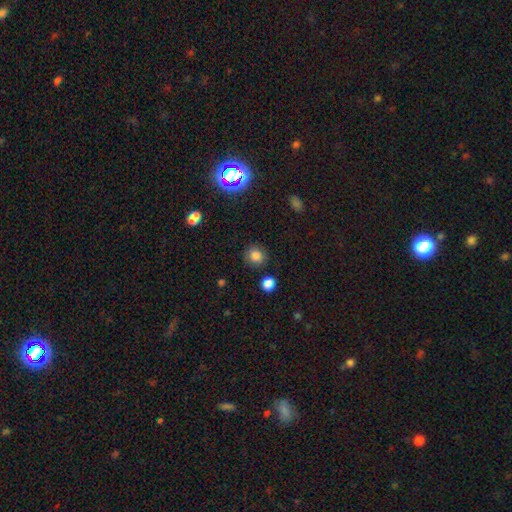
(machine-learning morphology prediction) smooth 81%, star or artifact 14%, featured or disk 6%. Down the decision tree: how rounded — round (86%); merging — none (85%).